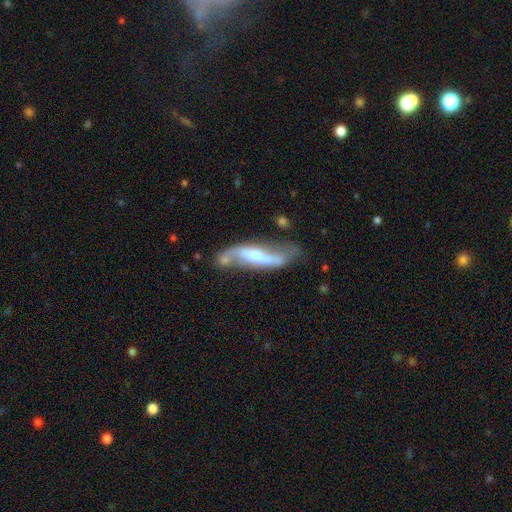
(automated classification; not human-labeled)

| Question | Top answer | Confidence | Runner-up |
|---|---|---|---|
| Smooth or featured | featured or disk | 78% | smooth (17%) |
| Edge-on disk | no | 75% | yes (25%) |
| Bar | strong | 35% | no (33%) |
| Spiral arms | yes | 87% | no (13%) |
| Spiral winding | loose | 72% | medium (20%) |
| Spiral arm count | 2 | 88% | can't tell (6%) |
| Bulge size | moderate | 54% | small (33%) |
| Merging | none | 53% | minor disturbance (24%) |